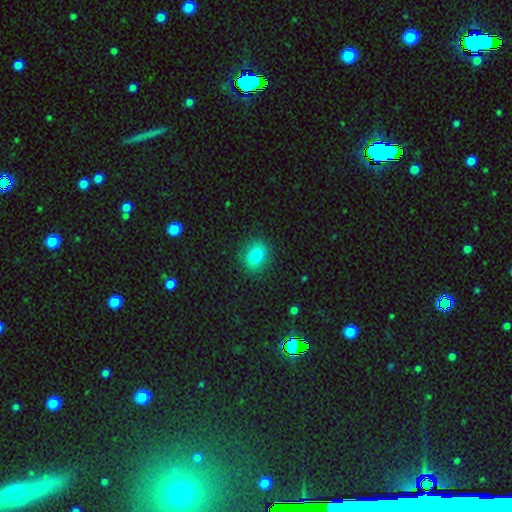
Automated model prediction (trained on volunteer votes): Smooth or featured: smooth — 81% (star or artifact — 10%)
How rounded: in between — 50% (round — 48%)
Merging: none — 86% (minor disturbance — 10%)